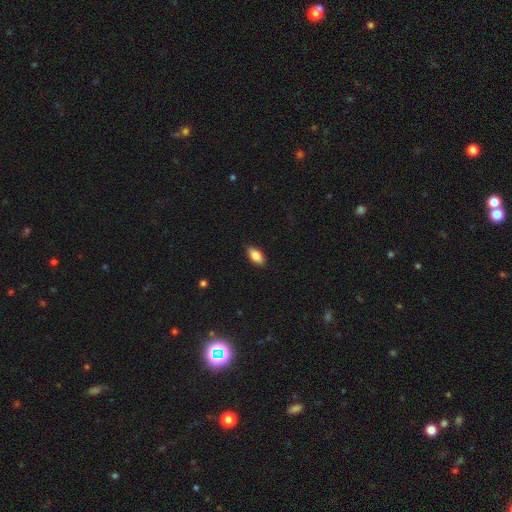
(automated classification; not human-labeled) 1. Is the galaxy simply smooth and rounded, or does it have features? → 86% smooth, 7% featured or disk, 7% star or artifact.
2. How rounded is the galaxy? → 92% in between, 5% cigar-shaped, 3% round.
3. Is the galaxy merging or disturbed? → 88% none, 9% minor disturbance, 2% major disturbance, 1% merger.